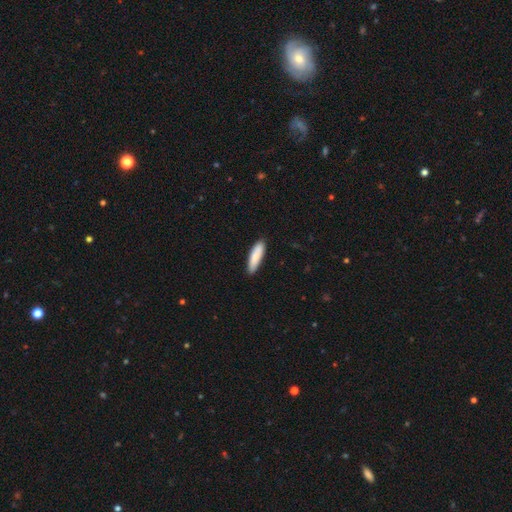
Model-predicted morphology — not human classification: Smooth or featured? smooth (86%)
How rounded? cigar-shaped (66%)
Merging? none (87%)